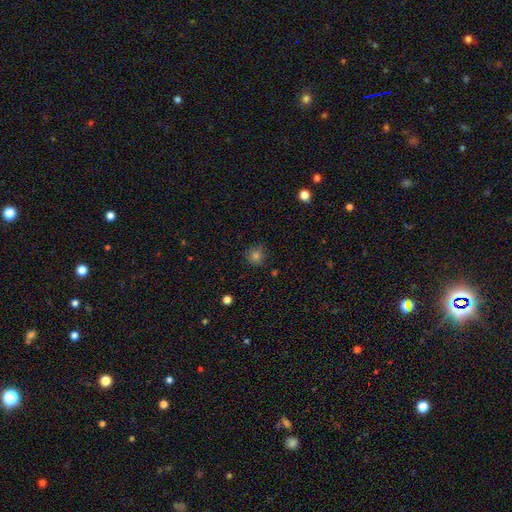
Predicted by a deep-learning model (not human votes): A smooth galaxy with no disk features (79%) that is round (91%).

Vote fractions:
- Smooth or featured? smooth: 79% / star or artifact: 16% / featured or disk: 5%
- How rounded? round: 91% / in between: 8% / cigar-shaped: 1%
- Merging? none: 84% / minor disturbance: 12% / major disturbance: 3% / merger: 2%